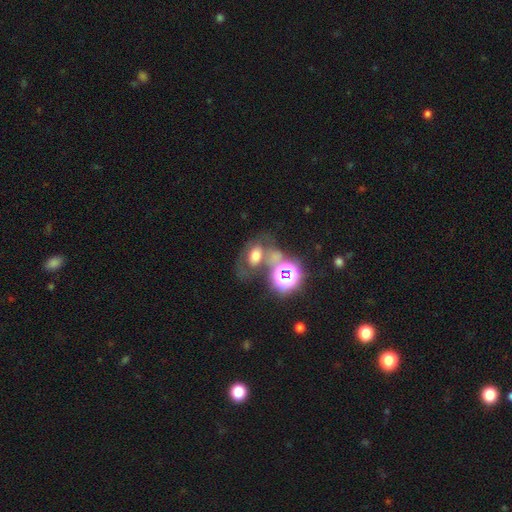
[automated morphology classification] smooth_or_featured: smooth (p=0.49) [alt: star or artifact p=0.28]
merging: none (p=0.42) [alt: merger p=0.28]